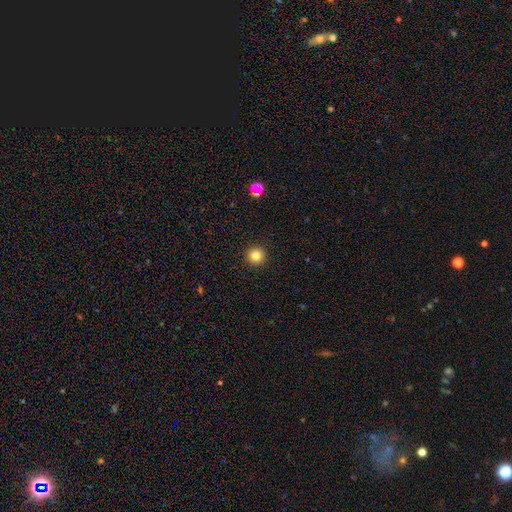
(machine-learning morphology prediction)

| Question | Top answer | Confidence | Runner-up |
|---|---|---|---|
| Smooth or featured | smooth | 83% | star or artifact (12%) |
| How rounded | round | 96% | in between (3%) |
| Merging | none | 94% | minor disturbance (4%) |